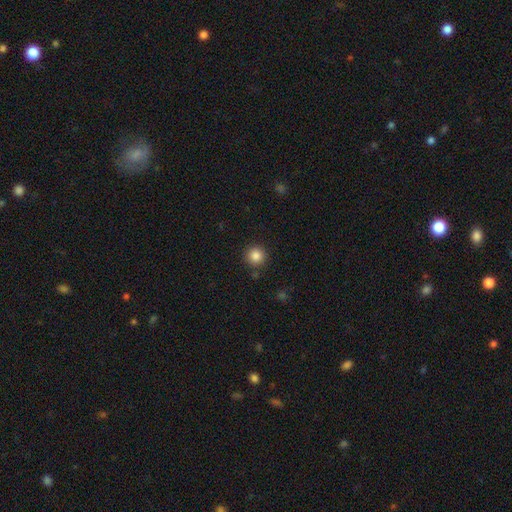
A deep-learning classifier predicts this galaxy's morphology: smooth_or_featured: smooth (p=0.85) [alt: star or artifact p=0.10]
how_rounded: round (p=0.95) [alt: in between p=0.04]
merging: none (p=0.89) [alt: minor disturbance p=0.06]